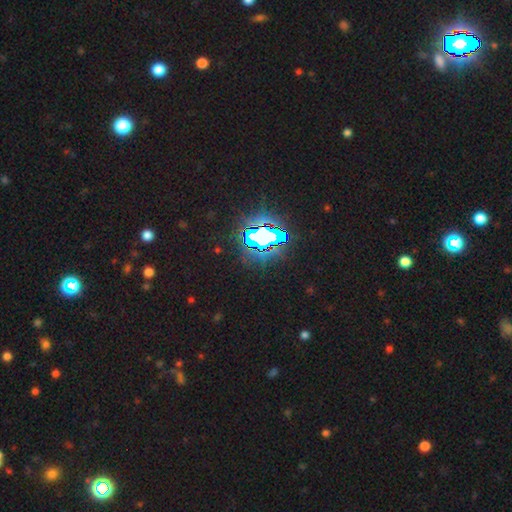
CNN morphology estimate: type=star or artifact (83%).